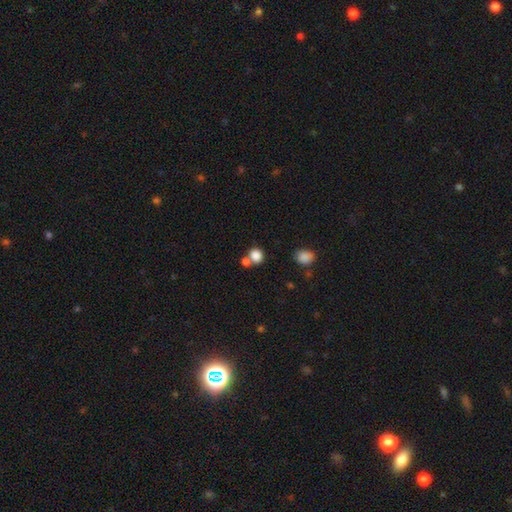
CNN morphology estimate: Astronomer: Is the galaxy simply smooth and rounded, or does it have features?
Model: smooth — 84%.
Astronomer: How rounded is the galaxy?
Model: round — 78%.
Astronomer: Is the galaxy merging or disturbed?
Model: none — 56%.